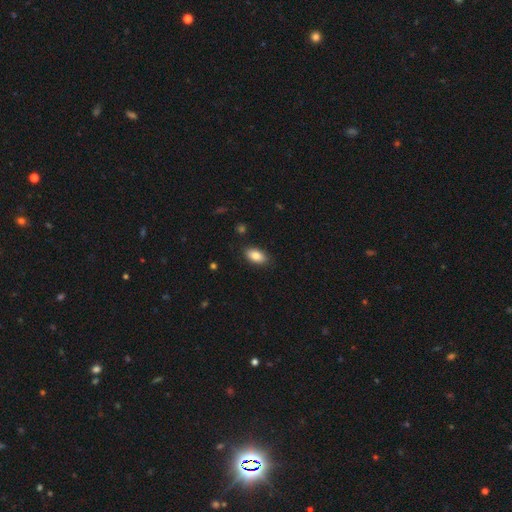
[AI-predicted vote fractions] Overall: smooth (86%). How rounded: in between (92%). Merging: none (87%).